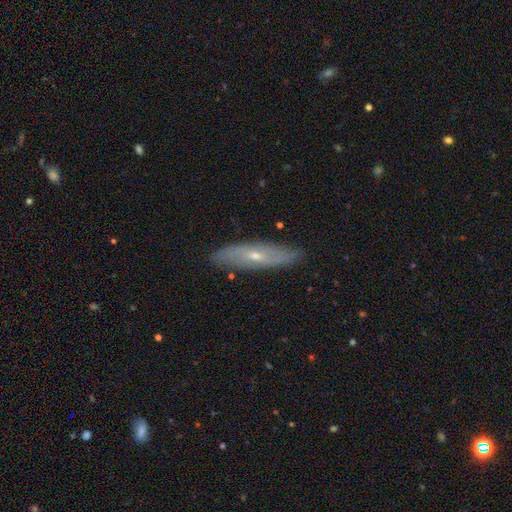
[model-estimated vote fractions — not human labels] featured or disk 61%, smooth 31%, star or artifact 7%. Down the decision tree: edge-on disk — no (52%); merging — none (85%).